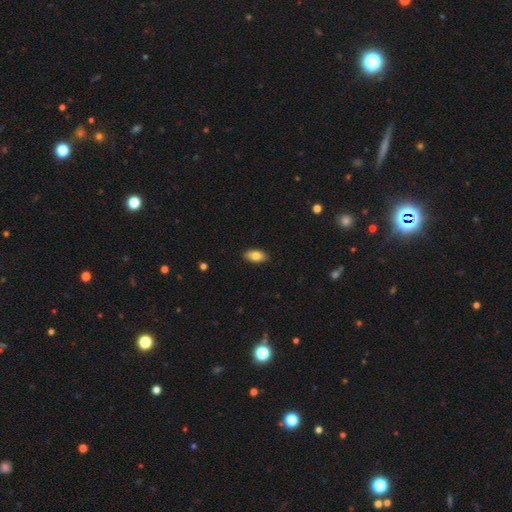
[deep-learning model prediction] Q: Smooth or featured?
A: smooth (81%); runner-up: featured or disk (13%)
Q: How rounded?
A: in between (90%); runner-up: cigar-shaped (6%)
Q: Merging?
A: none (89%); runner-up: minor disturbance (8%)